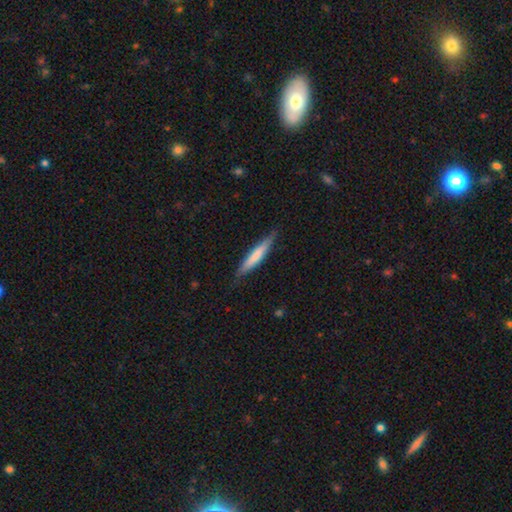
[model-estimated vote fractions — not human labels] A smooth galaxy with no disk features (63%) that is cigar-shaped (92%). Merging: none (85%).